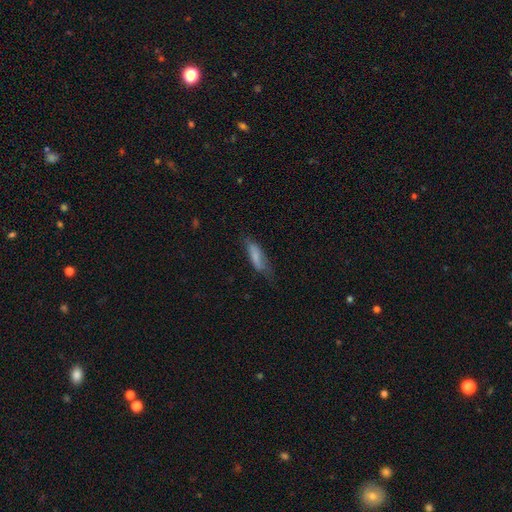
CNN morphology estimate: Overall: smooth (70%). How rounded: cigar-shaped (51%; in between 47%). Merging: none (48%; minor disturbance 33%).